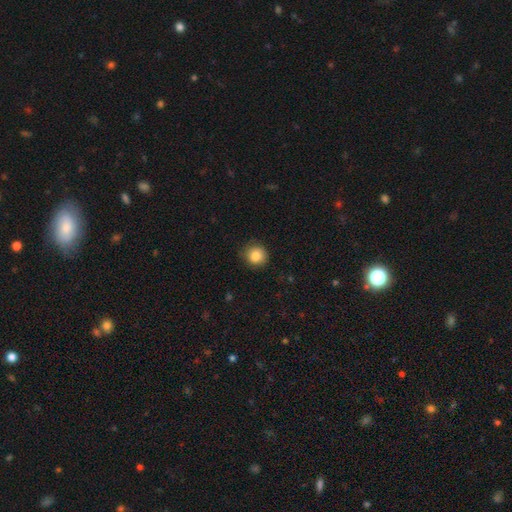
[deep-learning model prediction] Smooth or featured: smooth — 86% (star or artifact — 9%)
How rounded: round — 89% (in between — 10%)
Merging: none — 82% (minor disturbance — 14%)